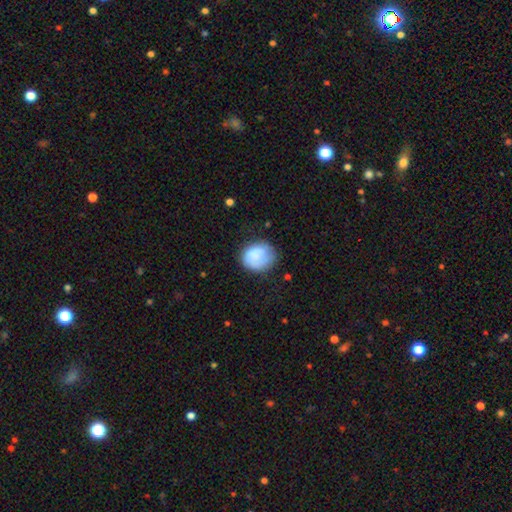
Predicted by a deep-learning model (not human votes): This is likely a smooth galaxy (73%). How rounded: likely round (69%). Merging: likely none (61%).